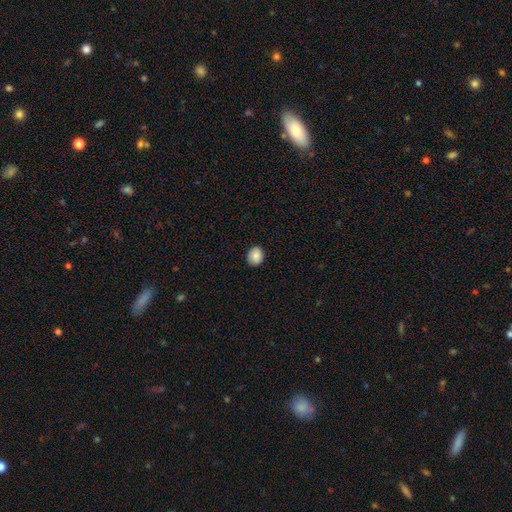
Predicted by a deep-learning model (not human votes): This appears to be a smooth galaxy with no disk features (86%) that is round (66%). Merging: none (88%).